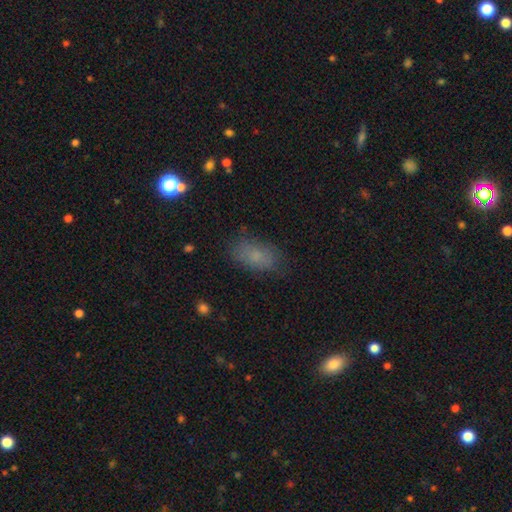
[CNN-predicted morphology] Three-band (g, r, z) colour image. It shows a smooth galaxy with no disk features (76%) that is in between round and cigar-shaped (89%). Merging: none (79%).